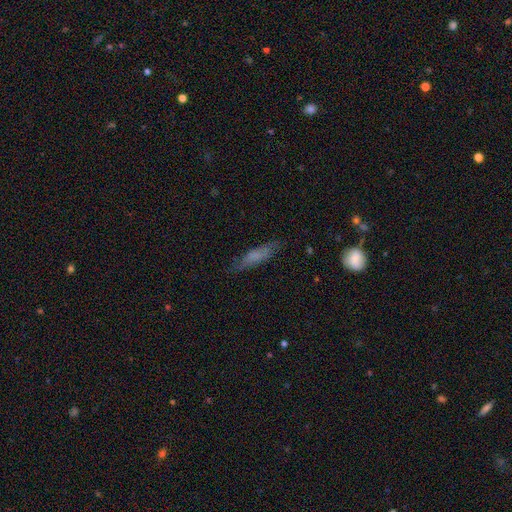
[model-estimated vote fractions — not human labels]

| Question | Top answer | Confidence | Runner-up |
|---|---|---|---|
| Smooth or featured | smooth | 62% | featured or disk (29%) |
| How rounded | cigar-shaped | 73% | in between (24%) |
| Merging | none | 73% | minor disturbance (20%) |